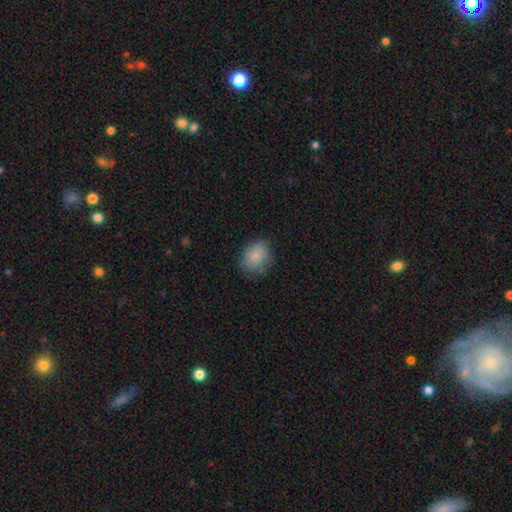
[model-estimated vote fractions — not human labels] A smooth galaxy with no disk features (84%) that is round (59%).

Vote fractions:
- Smooth or featured? smooth: 84% / featured or disk: 8% / star or artifact: 8%
- How rounded? round: 59% / in between: 40% / cigar-shaped: 1%
- Merging? none: 76% / minor disturbance: 18% / major disturbance: 5% / merger: 1%